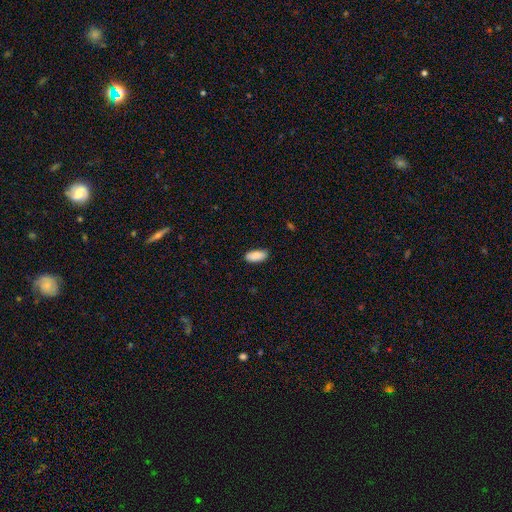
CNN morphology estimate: smooth-or-featured: smooth: 90% | star or artifact: 6% | featured or disk: 4%
  how-rounded: in between: 88% | cigar-shaped: 10% | round: 2%
  merging: none: 85% | minor disturbance: 12% | major disturbance: 2% | merger: 1%